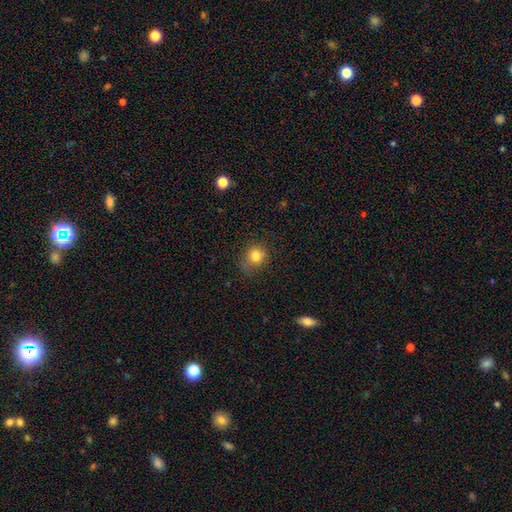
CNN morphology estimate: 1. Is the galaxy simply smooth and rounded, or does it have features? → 80% smooth, 12% star or artifact, 7% featured or disk.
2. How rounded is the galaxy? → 76% round, 23% in between, 1% cigar-shaped.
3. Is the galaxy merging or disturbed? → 69% none, 22% minor disturbance, 8% major disturbance, 2% merger.